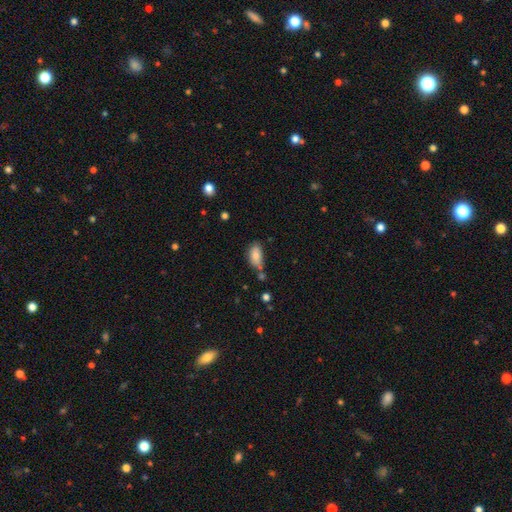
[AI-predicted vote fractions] This is likely a smooth galaxy (79%). How rounded: clearly in between (91%). Merging: possibly none (55%).